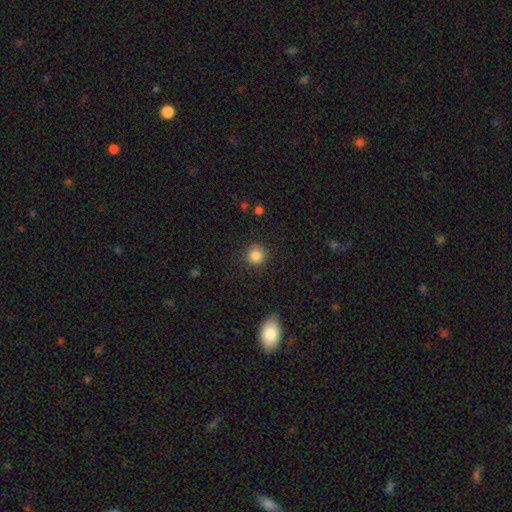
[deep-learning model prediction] Q: Smooth or featured?
A: smooth (85%); runner-up: star or artifact (11%)
Q: How rounded?
A: round (93%); runner-up: in between (6%)
Q: Merging?
A: none (86%); runner-up: minor disturbance (9%)